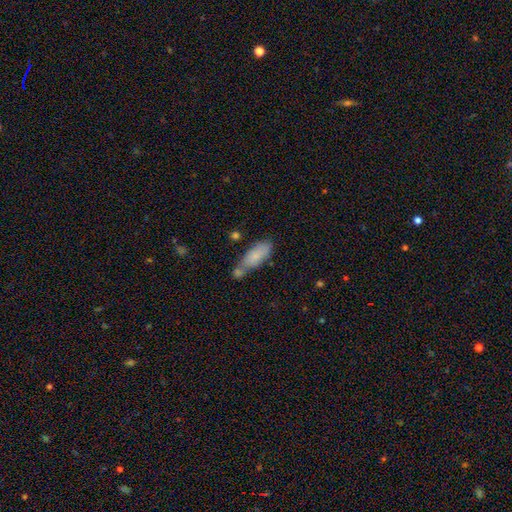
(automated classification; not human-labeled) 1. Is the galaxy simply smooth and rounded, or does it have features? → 80% smooth, 13% featured or disk, 7% star or artifact.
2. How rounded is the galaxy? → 72% in between, 26% cigar-shaped, 2% round.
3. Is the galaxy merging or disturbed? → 45% none, 29% merger, 20% minor disturbance, 6% major disturbance.